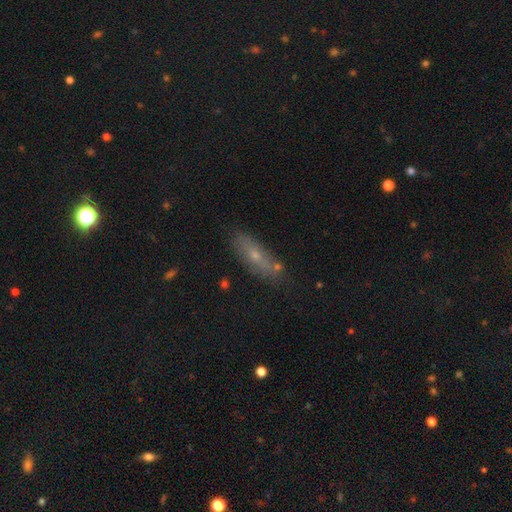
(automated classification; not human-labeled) smooth 53%, featured or disk 37%, star or artifact 11%. Down the decision tree: how rounded — cigar-shaped (51%); merging — none (73%).